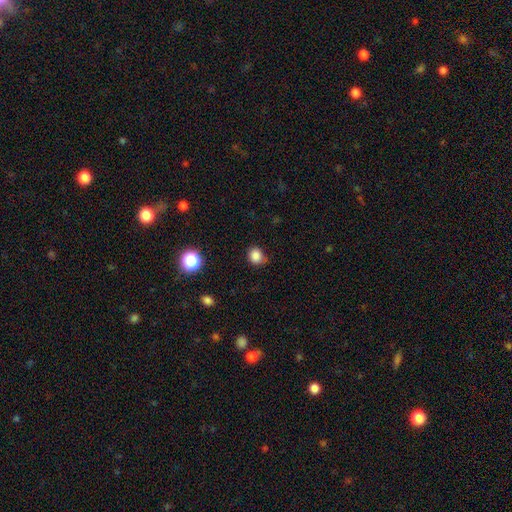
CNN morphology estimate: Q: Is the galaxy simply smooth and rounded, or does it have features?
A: smooth — 84%.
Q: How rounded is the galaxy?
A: round — 75%.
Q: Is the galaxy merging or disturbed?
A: none — 75%.